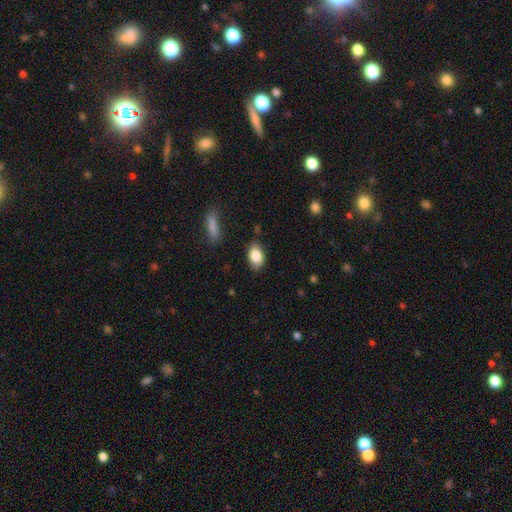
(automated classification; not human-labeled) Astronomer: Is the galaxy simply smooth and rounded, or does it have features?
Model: smooth — 85%.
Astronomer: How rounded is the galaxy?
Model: in between — 90%.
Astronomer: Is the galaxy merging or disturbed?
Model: none — 83%.